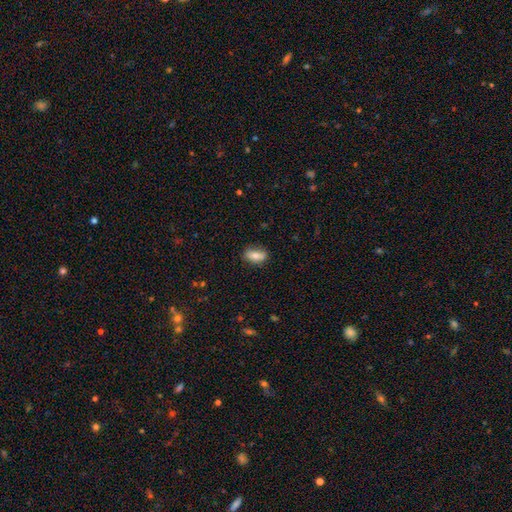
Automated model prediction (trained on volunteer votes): Smooth or featured?
  - smooth: 76% *
  - featured or disk: 16%
  - star or artifact: 8%
How rounded?
  - in between: 83% *
  - cigar-shaped: 9%
  - round: 8%
Merging?
  - none: 79% *
  - minor disturbance: 17%
  - major disturbance: 3%
  - merger: 2%